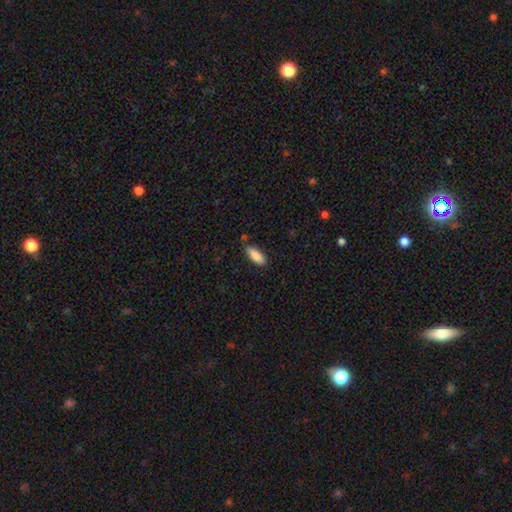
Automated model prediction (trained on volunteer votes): A smooth galaxy with no disk features (88%) that is in between round and cigar-shaped (75%). Merging: none (82%).